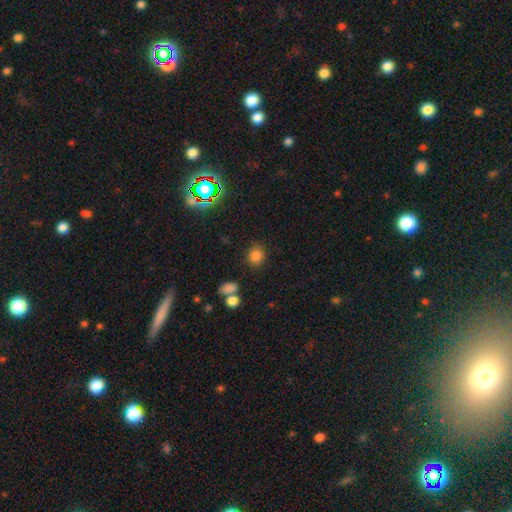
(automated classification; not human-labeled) smooth 79%, star or artifact 15%, featured or disk 5%. Down the decision tree: how rounded — round (73%); merging — none (81%).